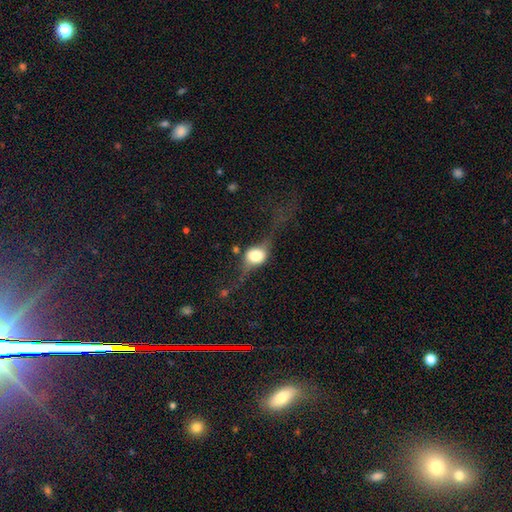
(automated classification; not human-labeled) Smooth or featured?
  - featured or disk: 47% *
  - smooth: 43%
  - star or artifact: 10%
Merging?
  - none: 45% *
  - major disturbance: 27%
  - minor disturbance: 23%
  - merger: 4%